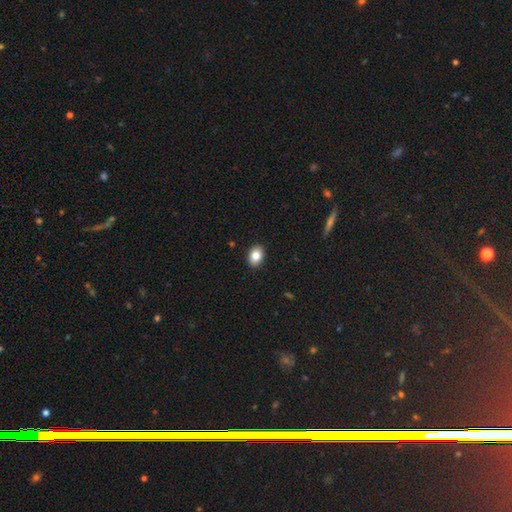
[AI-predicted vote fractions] Smooth or featured?
  - smooth: 83% *
  - star or artifact: 9%
  - featured or disk: 8%
How rounded?
  - in between: 75% *
  - round: 24%
  - cigar-shaped: 1%
Merging?
  - none: 91% *
  - minor disturbance: 7%
  - major disturbance: 2%
  - merger: 1%